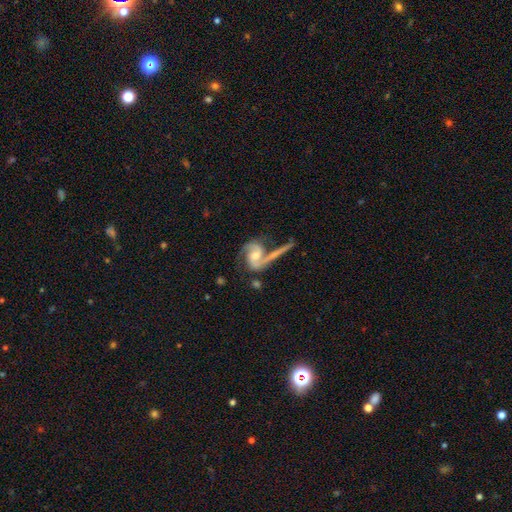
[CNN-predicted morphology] Q: Smooth or featured?
A: featured or disk (87%); runner-up: smooth (8%)
Q: Edge-on disk?
A: no (96%); runner-up: yes (4%)
Q: Bar?
A: no (54%); runner-up: weak (34%)
Q: Spiral arms?
A: yes (96%); runner-up: no (4%)
Q: Spiral winding?
A: medium (52%); runner-up: loose (28%)
Q: Spiral arm count?
A: 2 (88%); runner-up: 1 (5%)
Q: Bulge size?
A: moderate (54%); runner-up: small (30%)
Q: Merging?
A: none (47%); runner-up: major disturbance (18%)